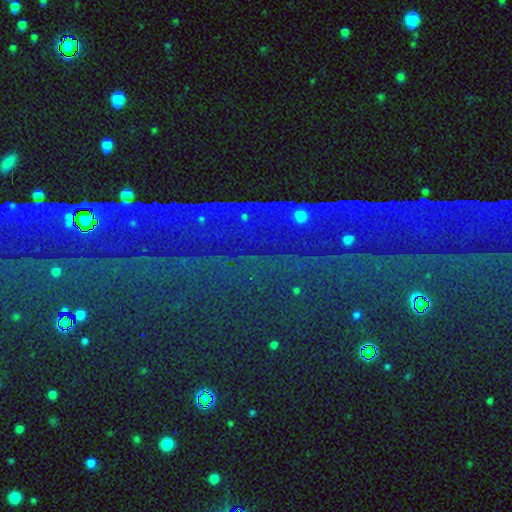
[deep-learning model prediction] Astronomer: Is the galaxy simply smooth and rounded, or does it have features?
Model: star or artifact — 83%.